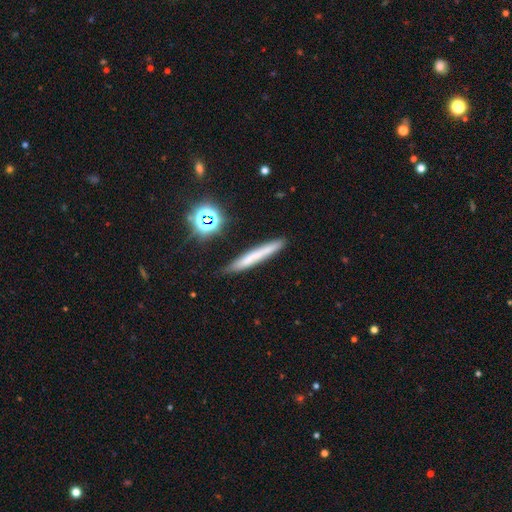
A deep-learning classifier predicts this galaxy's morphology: A smooth galaxy with no disk features (60%) that is cigar-shaped (94%). Merging: none (83%).